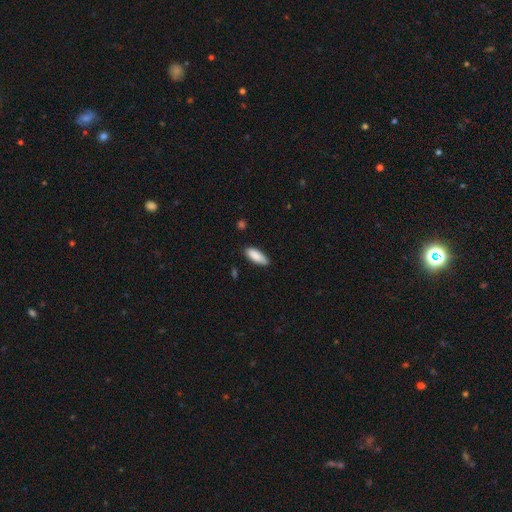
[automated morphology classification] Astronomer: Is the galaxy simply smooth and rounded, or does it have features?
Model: smooth — 88%.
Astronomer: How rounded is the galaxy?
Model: in between — 71%.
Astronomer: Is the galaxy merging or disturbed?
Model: none — 83%.